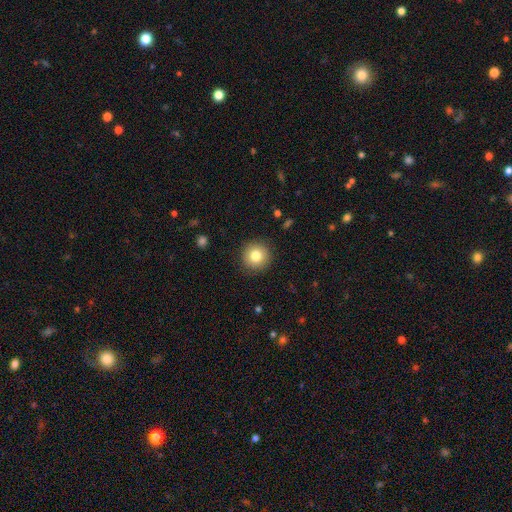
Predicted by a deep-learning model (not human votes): Smooth or featured? smooth (81%)
How rounded? round (95%)
Merging? none (90%)